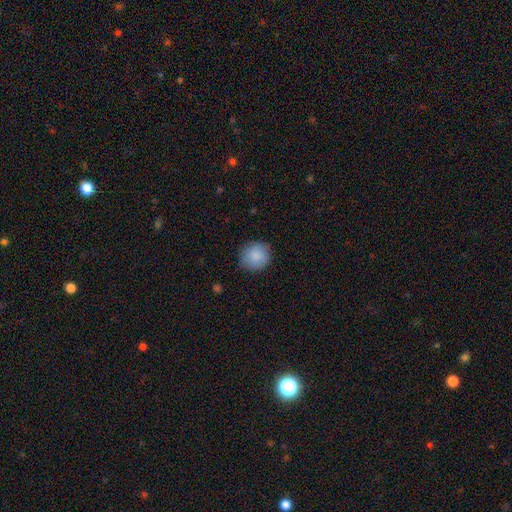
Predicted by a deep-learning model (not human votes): smooth_or_featured: smooth (p=0.87) [alt: star or artifact p=0.07]
how_rounded: round (p=0.90) [alt: in between p=0.09]
merging: none (p=0.83) [alt: minor disturbance p=0.13]